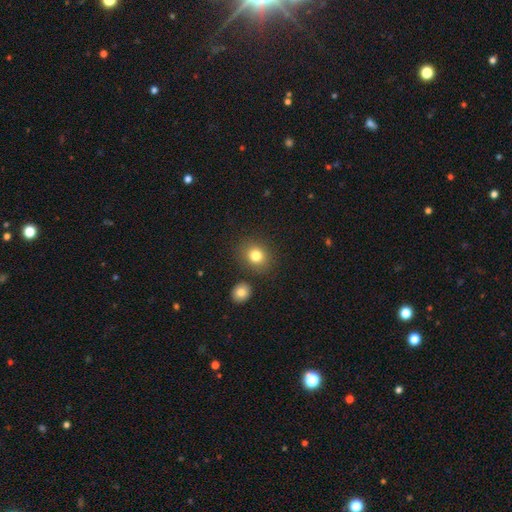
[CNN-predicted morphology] This appears to be a smooth galaxy with no disk features (81%) that is round (70%). Merging: none (82%).